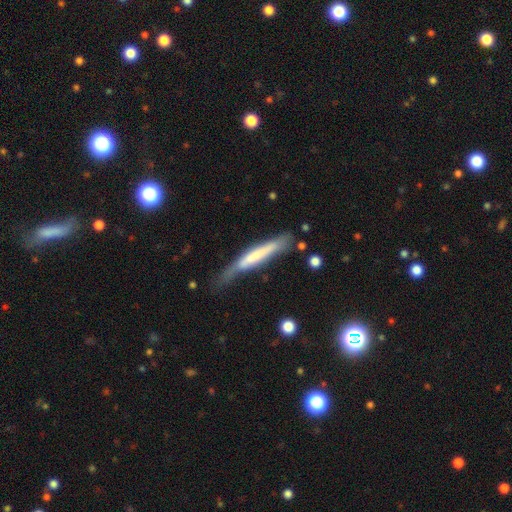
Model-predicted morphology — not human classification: The model was most divided on "smooth or featured": smooth: 49%, featured or disk: 45%, star or artifact: 6%. More confident: merging — none (53%).